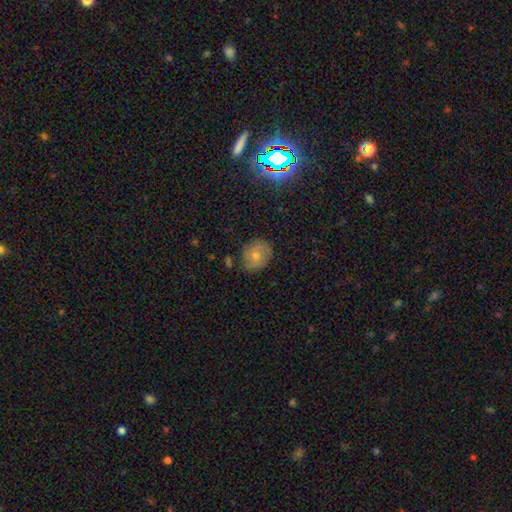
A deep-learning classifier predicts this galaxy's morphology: Overall: smooth (55%; star or artifact 23%). How rounded: round (71%). Merging: none (79%).